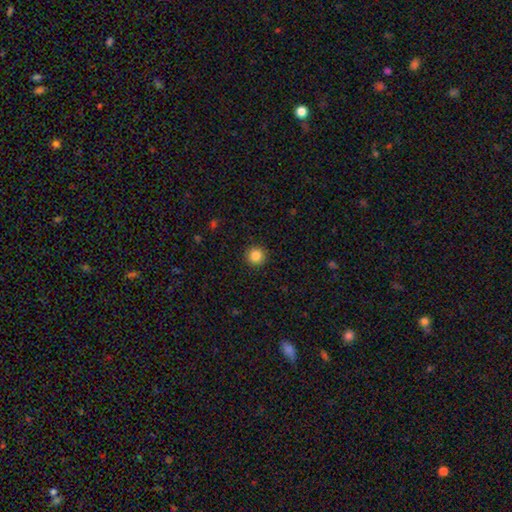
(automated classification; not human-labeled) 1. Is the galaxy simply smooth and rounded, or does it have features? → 85% smooth, 10% star or artifact, 5% featured or disk.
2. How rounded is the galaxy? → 95% round, 4% in between, 1% cigar-shaped.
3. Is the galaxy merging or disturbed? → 92% none, 5% minor disturbance, 2% major disturbance, 1% merger.